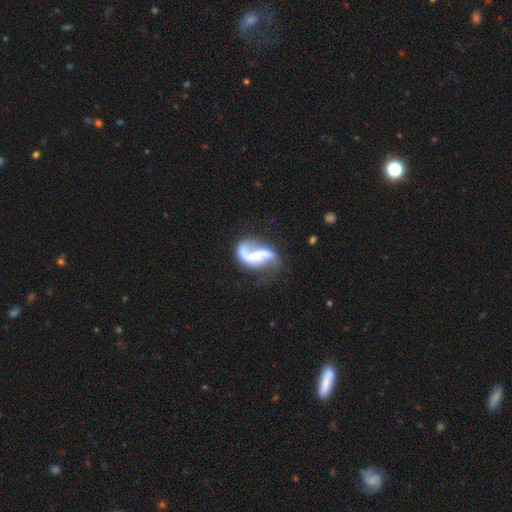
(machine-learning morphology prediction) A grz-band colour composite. It shows a featured or disk galaxy (79%) with a strong bar (38%), 2 (76%) loose (72%) spiral arms (86%) and no central bulge (34%). Merging: none (41%).